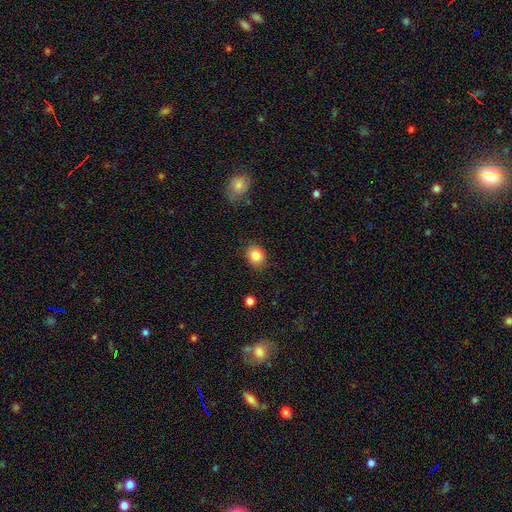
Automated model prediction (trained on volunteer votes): Q: Smooth or featured?
A: smooth (84%); runner-up: star or artifact (10%)
Q: How rounded?
A: round (68%); runner-up: in between (31%)
Q: Merging?
A: none (87%); runner-up: minor disturbance (10%)